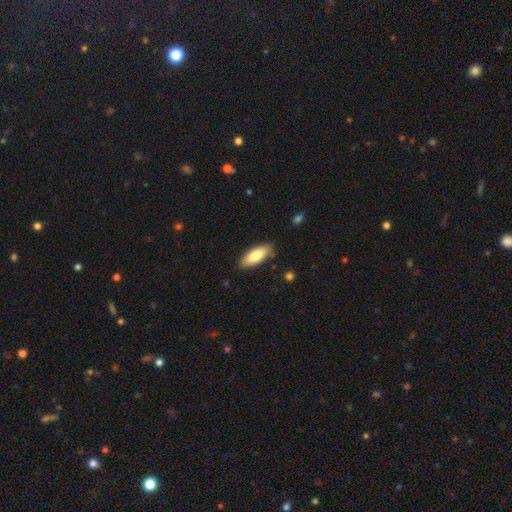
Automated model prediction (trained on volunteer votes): smooth-or-featured: smooth: 81% | featured or disk: 14% | star or artifact: 6%
  how-rounded: in between: 73% | cigar-shaped: 25% | round: 2%
  merging: none: 85% | minor disturbance: 11% | major disturbance: 2% | merger: 1%